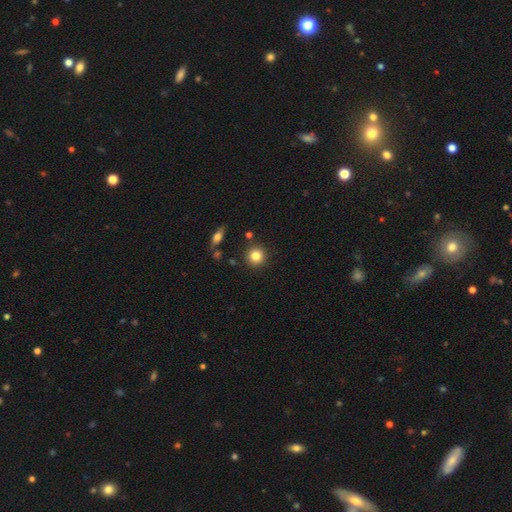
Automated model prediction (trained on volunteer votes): A smooth galaxy with no disk features (83%) that is round (93%).

Vote fractions:
- Smooth or featured? smooth: 83% / star or artifact: 10% / featured or disk: 7%
- How rounded? round: 93% / in between: 6% / cigar-shaped: 1%
- Merging? none: 88% / minor disturbance: 7% / merger: 3% / major disturbance: 2%